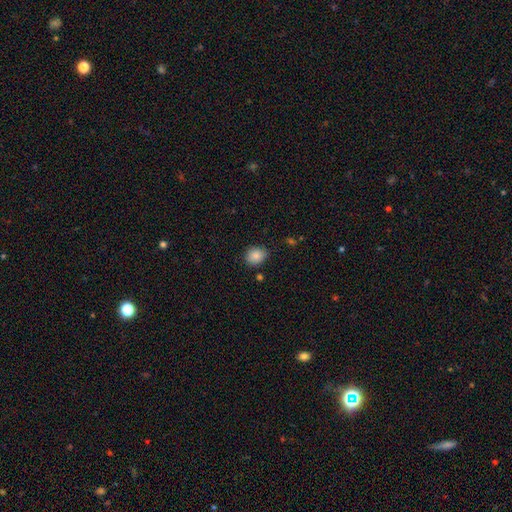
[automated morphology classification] type=smooth (86%); roundness=round (63%); merging=none (81%).